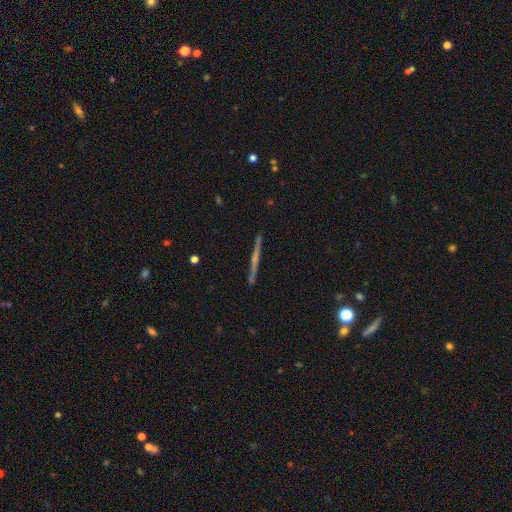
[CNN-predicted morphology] This appears to be a featured or disk galaxy (68%) viewed edge-on (98%) with no central bulge (52%). Merging: none (91%).